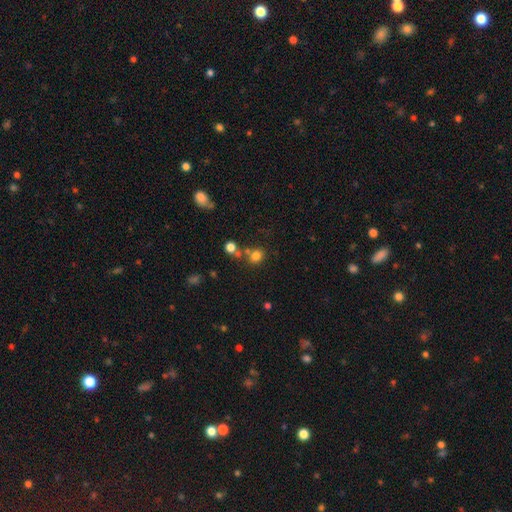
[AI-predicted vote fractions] Smooth or featured: smooth — 77% (star or artifact — 16%)
How rounded: round — 79% (in between — 20%)
Merging: none — 62% (merger — 23%)